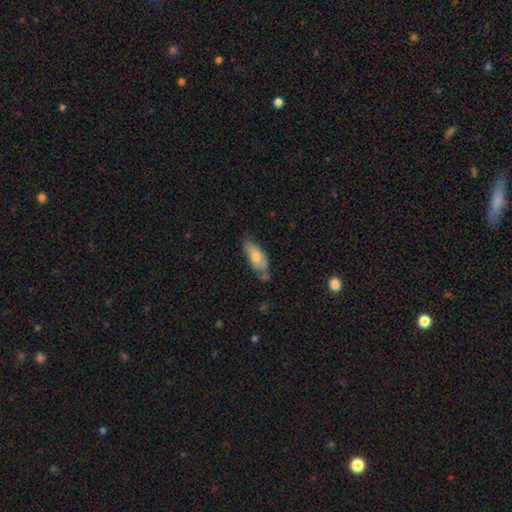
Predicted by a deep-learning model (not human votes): This appears to be a smooth galaxy with no disk features (66%) that is in between round and cigar-shaped (78%). Merging: none (62%).